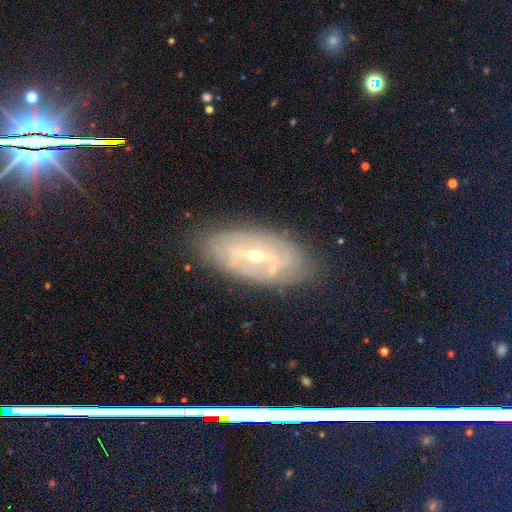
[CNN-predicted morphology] A featured or disk galaxy (77%) with a strong bar (46%), spiral arms (53%) and a small central bulge (49%).

Vote fractions:
- Smooth or featured? featured or disk: 77% / smooth: 15% / star or artifact: 7%
- Edge-on disk? no: 84% / yes: 16%
- Bar? strong: 46% / weak: 37% / no: 18%
- Spiral arms? yes: 53% / no: 47%
- Bulge size? small: 49% / moderate: 47% / large: 2% / none: 1% / dominant: 1%
- Merging? none: 78% / minor disturbance: 15% / major disturbance: 5% / merger: 2%